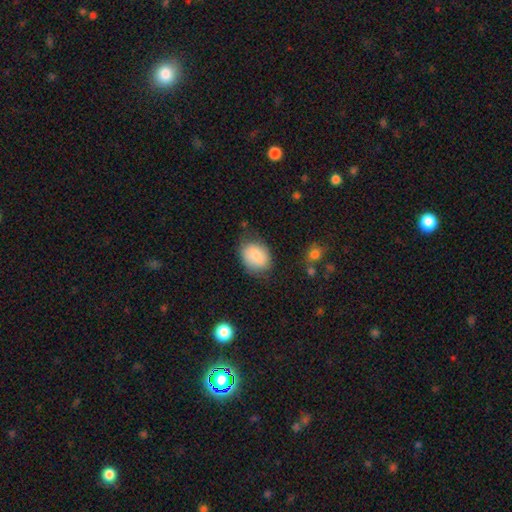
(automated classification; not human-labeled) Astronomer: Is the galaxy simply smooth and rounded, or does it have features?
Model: smooth — 80%.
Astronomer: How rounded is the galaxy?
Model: in between — 62%.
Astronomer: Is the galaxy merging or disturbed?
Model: none — 71%.